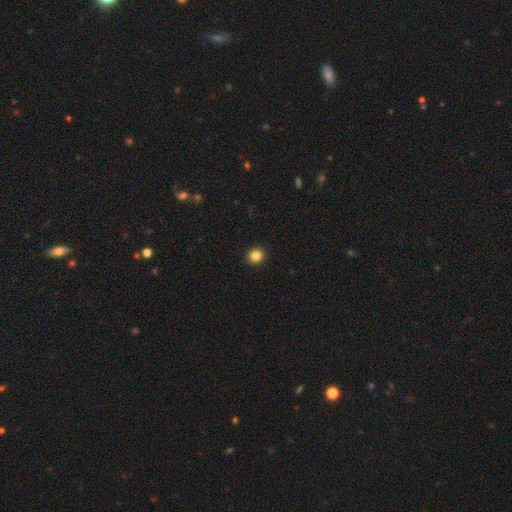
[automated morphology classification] Smooth or featured: smooth — 85% (star or artifact — 11%)
How rounded: round — 89% (in between — 10%)
Merging: none — 93% (minor disturbance — 4%)